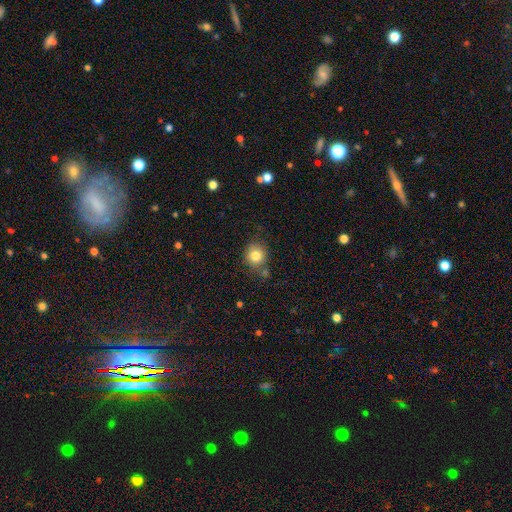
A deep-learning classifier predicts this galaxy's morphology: Q: Smooth or featured?
A: smooth (82%); runner-up: star or artifact (11%)
Q: How rounded?
A: round (84%); runner-up: in between (15%)
Q: Merging?
A: none (74%); runner-up: minor disturbance (15%)